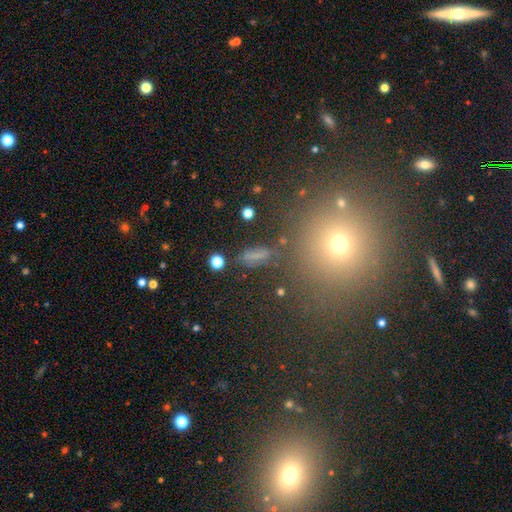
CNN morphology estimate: This is likely a smooth galaxy (60%). How rounded: possibly in between (58%). Merging: likely none (73%).